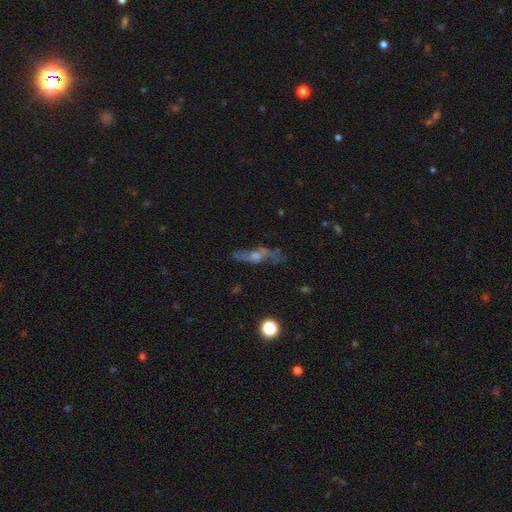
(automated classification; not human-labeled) smooth_or_featured: featured or disk (p=0.62) [alt: smooth p=0.24]
disk_edge_on: yes (p=0.62) [alt: no p=0.38]
merging: none (p=0.63) [alt: minor disturbance p=0.21]